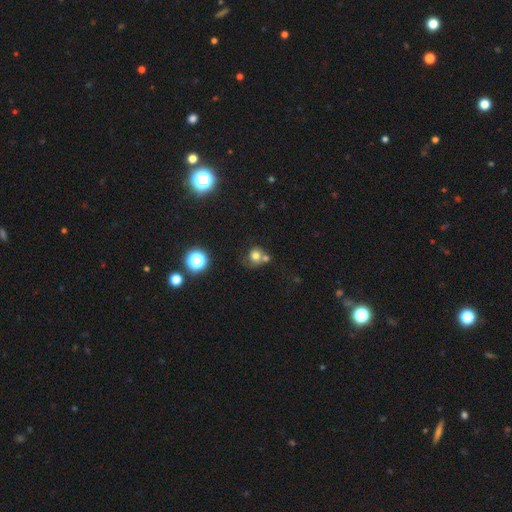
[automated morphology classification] Smooth or featured? Predicted: smooth (p=0.71). How rounded? Predicted: round (p=0.82). Merging? Predicted: none (p=0.43).